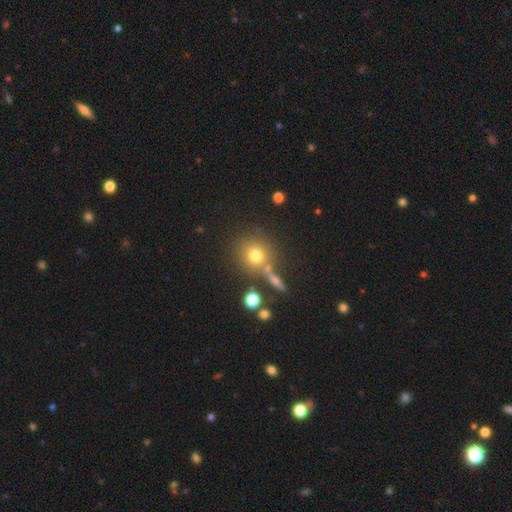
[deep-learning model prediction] Q: Smooth or featured?
A: smooth (73%); runner-up: star or artifact (15%)
Q: How rounded?
A: round (89%); runner-up: in between (10%)
Q: Merging?
A: none (69%); runner-up: merger (16%)